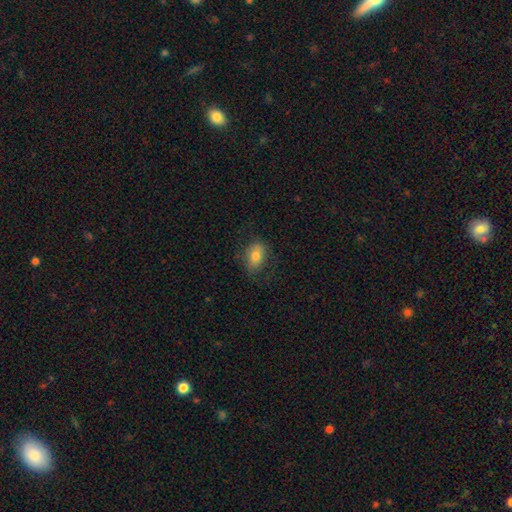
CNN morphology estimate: Smooth or featured?
  - smooth: 76% *
  - featured or disk: 15%
  - star or artifact: 8%
How rounded?
  - in between: 80% *
  - round: 19%
  - cigar-shaped: 2%
Merging?
  - none: 72% *
  - minor disturbance: 19%
  - major disturbance: 8%
  - merger: 1%